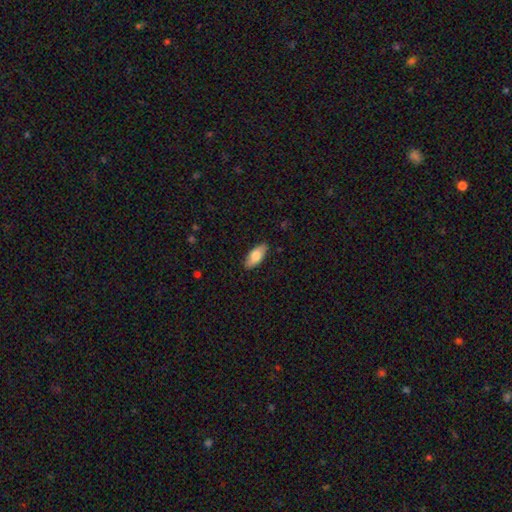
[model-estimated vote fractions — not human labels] A smooth galaxy with no disk features (75%) that is in between round and cigar-shaped (87%). Merging: none (86%).